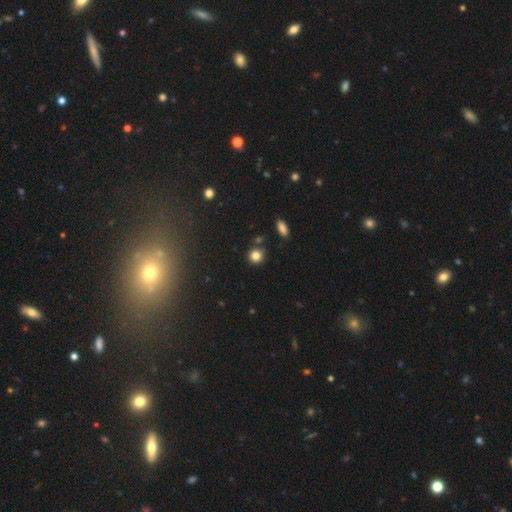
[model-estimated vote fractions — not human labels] Q: Smooth or featured?
A: smooth (83%); runner-up: star or artifact (12%)
Q: How rounded?
A: round (88%); runner-up: in between (10%)
Q: Merging?
A: none (80%); runner-up: minor disturbance (10%)